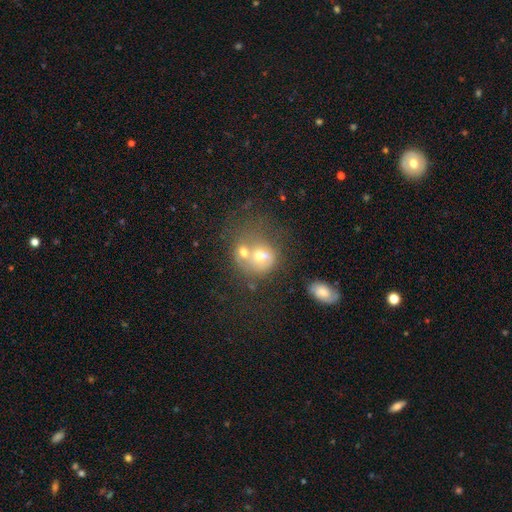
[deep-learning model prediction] Smooth or featured?
  - smooth: 51% *
  - featured or disk: 34%
  - star or artifact: 16%
How rounded?
  - round: 66% *
  - in between: 33%
  - cigar-shaped: 1%
Merging?
  - merger: 61% *
  - none: 21%
  - major disturbance: 9%
  - minor disturbance: 9%